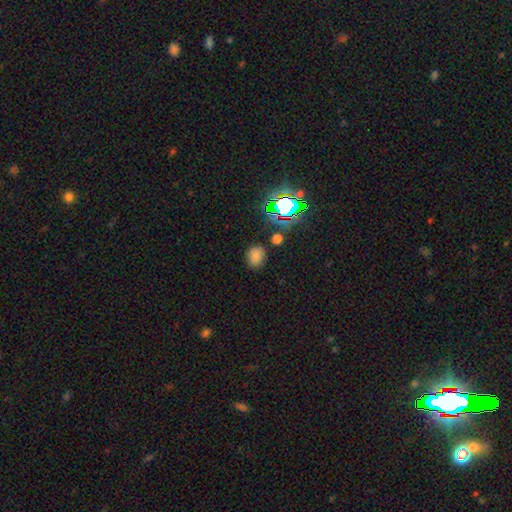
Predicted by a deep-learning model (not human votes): smooth_or_featured: smooth (p=0.73) [alt: star or artifact p=0.21]
how_rounded: in between (p=0.52) [alt: round p=0.47]
merging: none (p=0.81) [alt: minor disturbance p=0.12]